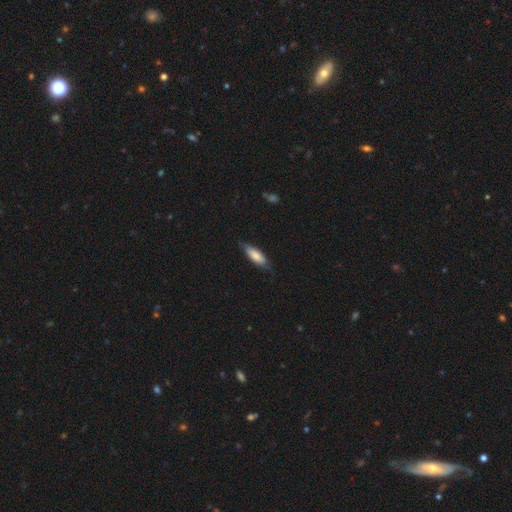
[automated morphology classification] This is likely a smooth galaxy (76%). How rounded: likely in between (64%). Merging: likely none (72%).